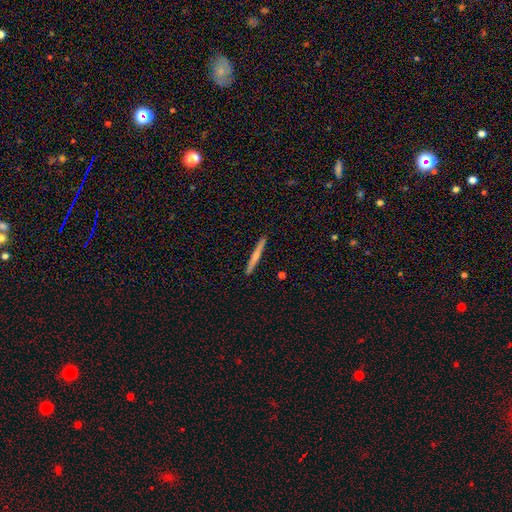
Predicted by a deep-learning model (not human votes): smooth 51%, featured or disk 44%, star or artifact 6%. Down the decision tree: how rounded — cigar-shaped (96%); merging — none (91%).